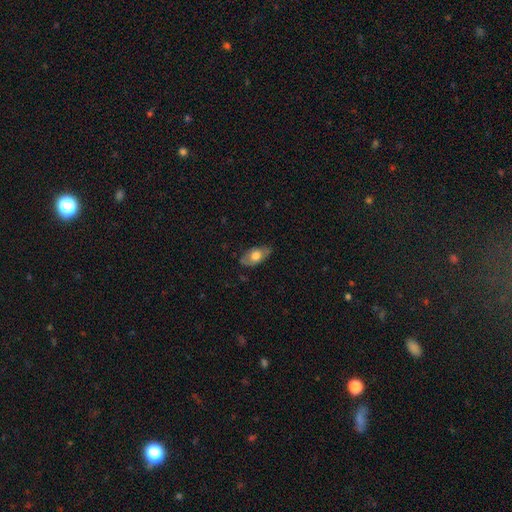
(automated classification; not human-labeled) Morphology: type=smooth (61%); roundness=in between (89%); merging=none (72%).